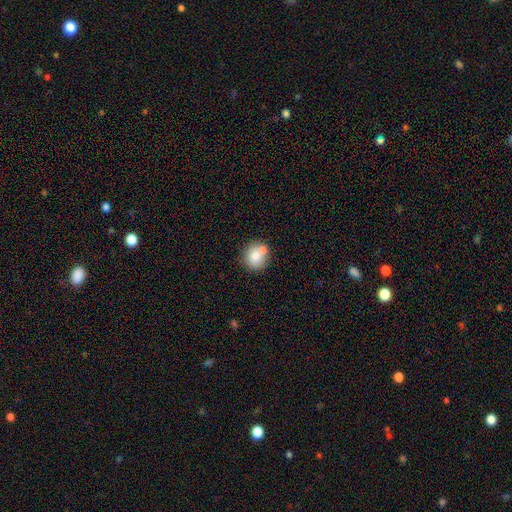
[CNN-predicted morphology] This appears to be a smooth galaxy with no disk features (75%) that is round (84%). Merging: none (62%).